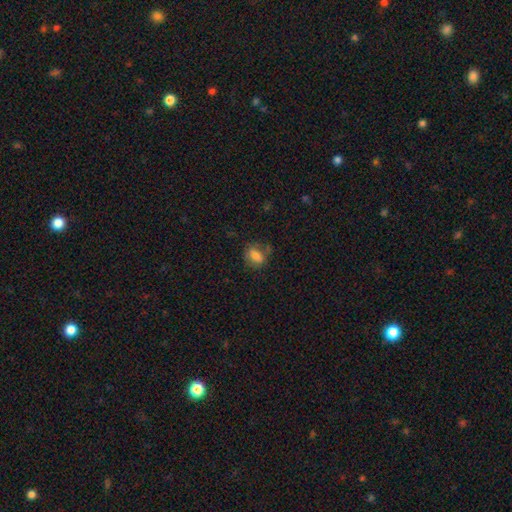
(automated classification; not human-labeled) smooth_or_featured: smooth (p=0.78) [alt: featured or disk p=0.12]
how_rounded: in between (p=0.69) [alt: round p=0.28]
merging: none (p=0.60) [alt: minor disturbance p=0.25]